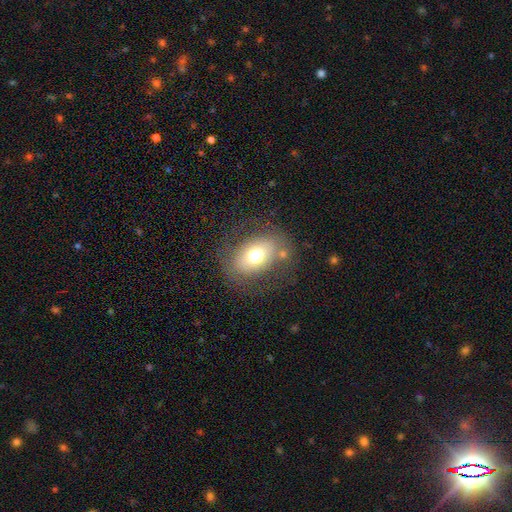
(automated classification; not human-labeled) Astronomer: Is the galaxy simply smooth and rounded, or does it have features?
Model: smooth — 62%.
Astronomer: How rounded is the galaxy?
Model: in between — 73%.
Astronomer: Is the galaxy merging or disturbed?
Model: none — 73%.